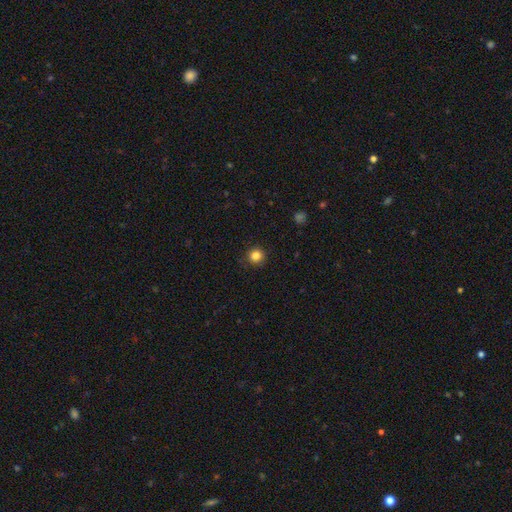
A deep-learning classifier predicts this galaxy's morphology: This appears to be a smooth galaxy with no disk features (84%) that is round (94%). Merging: none (90%).